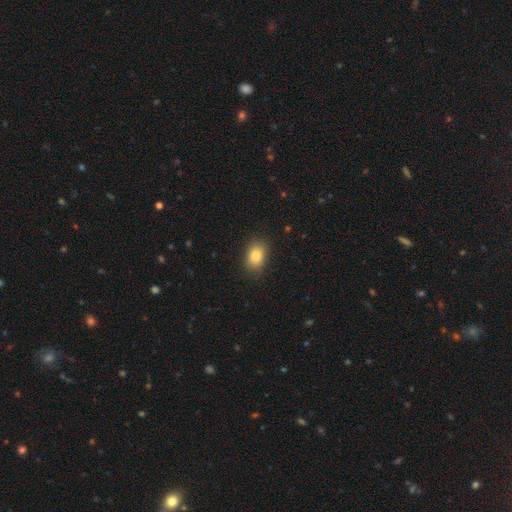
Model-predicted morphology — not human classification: A smooth galaxy with no disk features (85%) that is in between round and cigar-shaped (78%). Merging: none (86%).